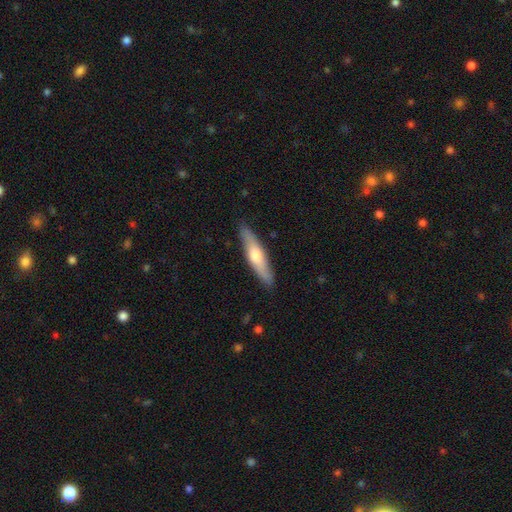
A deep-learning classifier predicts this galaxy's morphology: smooth_or_featured: smooth (p=0.54) [alt: featured or disk p=0.41]
how_rounded: cigar-shaped (p=0.81) [alt: in between p=0.17]
merging: none (p=0.88) [alt: minor disturbance p=0.09]